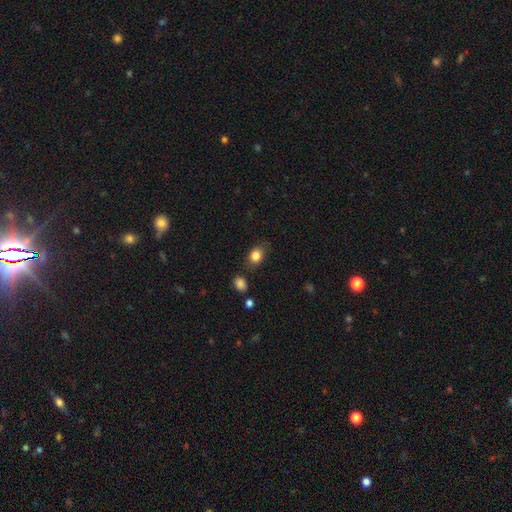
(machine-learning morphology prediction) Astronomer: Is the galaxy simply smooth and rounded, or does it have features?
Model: smooth — 84%.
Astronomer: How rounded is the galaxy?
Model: in between — 61% (runner-up: round, 37%).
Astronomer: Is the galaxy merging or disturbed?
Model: none — 76%.